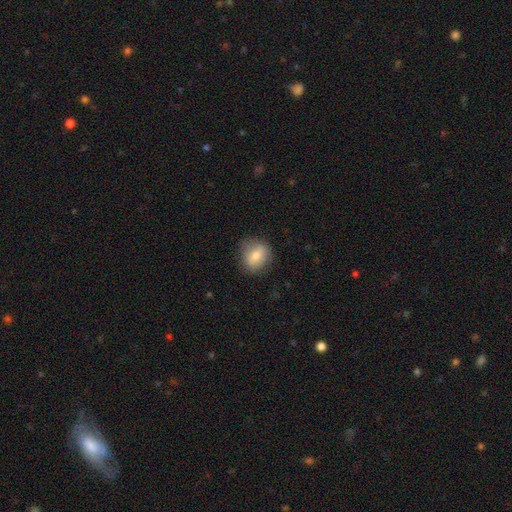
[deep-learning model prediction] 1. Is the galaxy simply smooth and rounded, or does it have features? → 72% smooth, 20% featured or disk, 8% star or artifact.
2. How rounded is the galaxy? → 63% round, 36% in between, 1% cigar-shaped.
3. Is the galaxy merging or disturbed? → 78% none, 16% minor disturbance, 5% major disturbance, 1% merger.